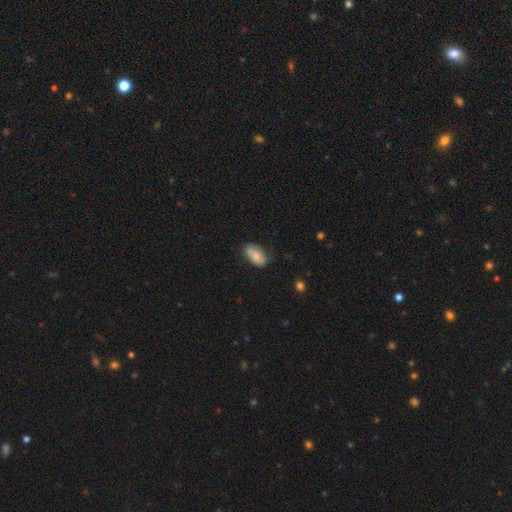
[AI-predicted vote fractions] smooth_or_featured: smooth (p=0.65) [alt: featured or disk p=0.28]
how_rounded: in between (p=0.92) [alt: round p=0.05]
merging: none (p=0.67) [alt: minor disturbance p=0.26]